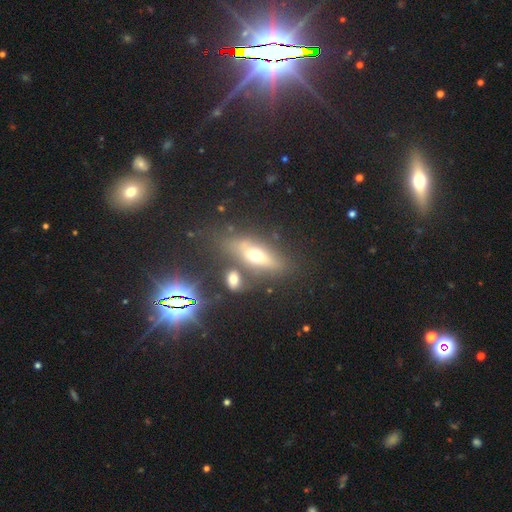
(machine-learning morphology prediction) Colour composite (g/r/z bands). It shows a smooth galaxy with no disk features (48%). Merging: none (63%).